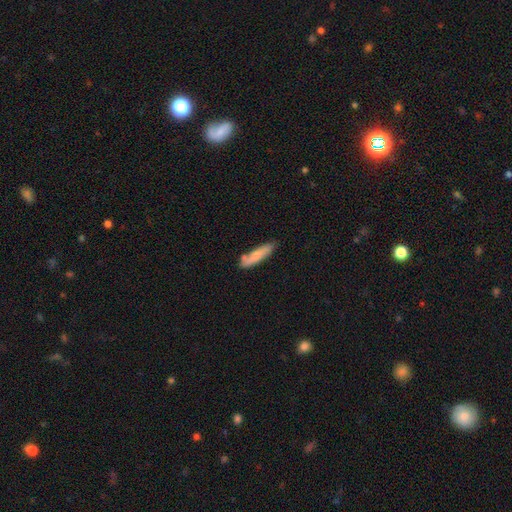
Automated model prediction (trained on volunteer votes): smooth_or_featured: smooth (p=0.76) [alt: featured or disk p=0.18]
how_rounded: cigar-shaped (p=0.77) [alt: in between p=0.22]
merging: none (p=0.70) [alt: minor disturbance p=0.19]